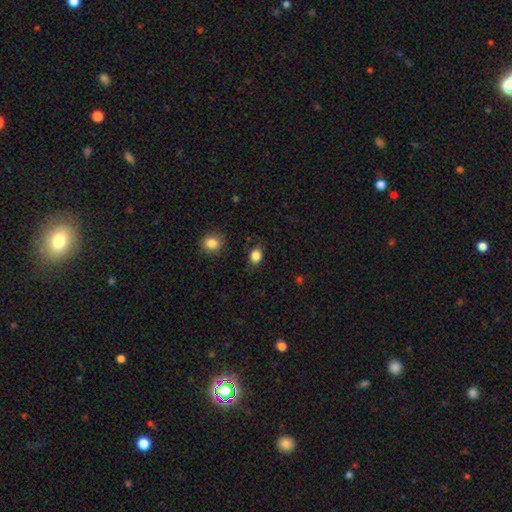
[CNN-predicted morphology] smooth 85%, star or artifact 10%, featured or disk 5%. Down the decision tree: how rounded — in between (63%); merging — none (82%).